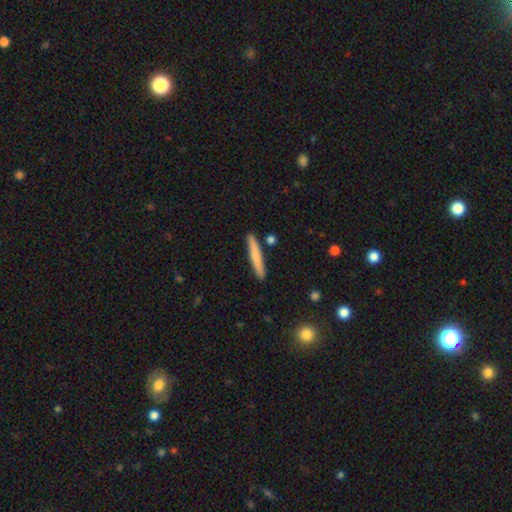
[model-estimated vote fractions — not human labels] smooth_or_featured: smooth (p=0.69) [alt: featured or disk p=0.26]
how_rounded: cigar-shaped (p=0.95) [alt: in between p=0.04]
merging: none (p=0.88) [alt: minor disturbance p=0.08]